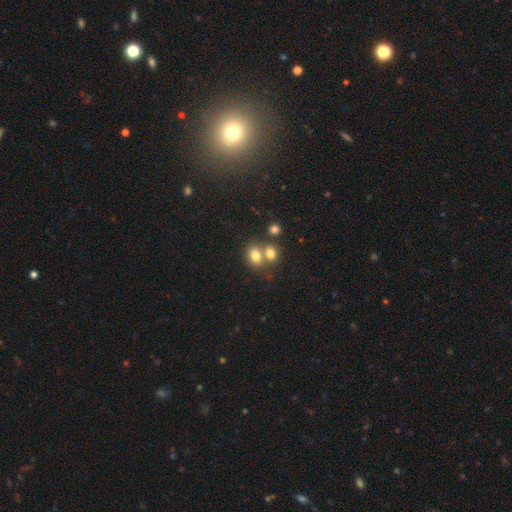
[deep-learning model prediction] Smooth or featured? Predicted: smooth (p=0.65). How rounded? Predicted: round (p=0.61). Merging? Predicted: none (p=0.46).